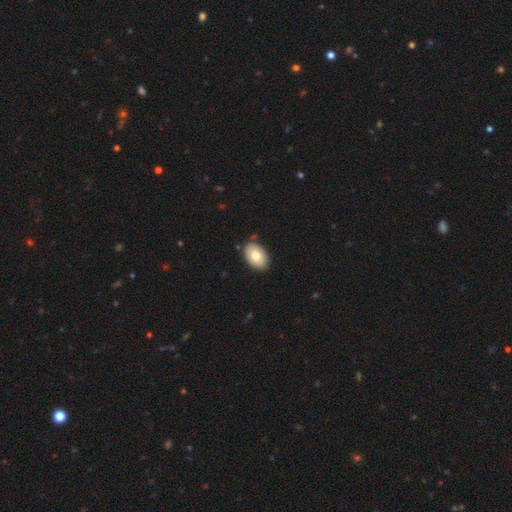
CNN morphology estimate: smooth_or_featured: smooth (p=0.79) [alt: featured or disk p=0.14]
how_rounded: in between (p=0.89) [alt: round p=0.10]
merging: none (p=0.85) [alt: minor disturbance p=0.11]